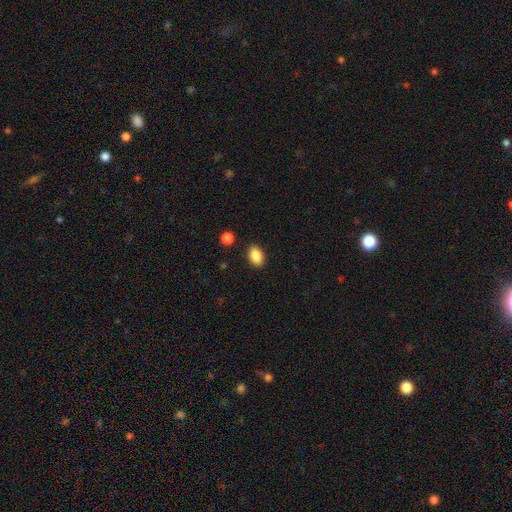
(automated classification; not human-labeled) smooth 88%, star or artifact 8%, featured or disk 4%. Down the decision tree: how rounded — in between (87%); merging — none (87%).